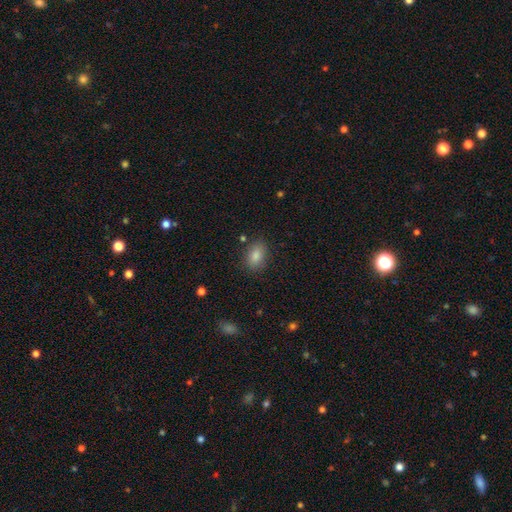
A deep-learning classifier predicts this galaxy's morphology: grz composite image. It shows a smooth galaxy with no disk features (82%) that is in between round and cigar-shaped (77%). Merging: none (85%).